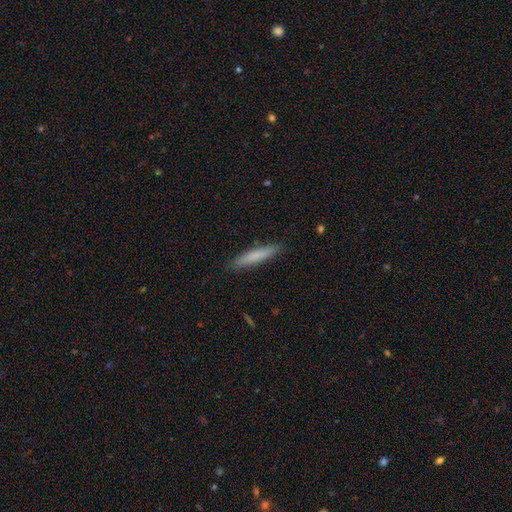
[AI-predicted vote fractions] smooth 77%, featured or disk 17%, star or artifact 6%. Down the decision tree: how rounded — cigar-shaped (93%); merging — none (90%).